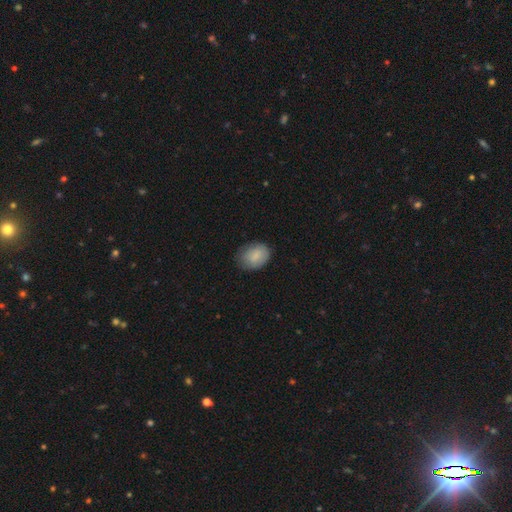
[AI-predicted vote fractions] This appears to be a smooth galaxy with no disk features (85%) that is in between round and cigar-shaped (70%). Merging: none (72%).